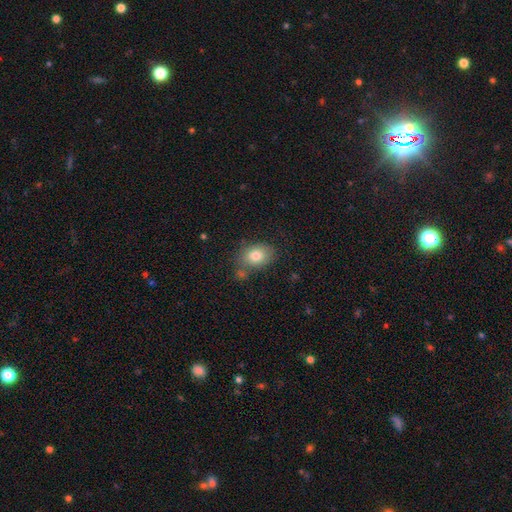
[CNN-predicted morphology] A smooth galaxy with no disk features (80%) that is in between round and cigar-shaped (65%). Merging: none (66%).